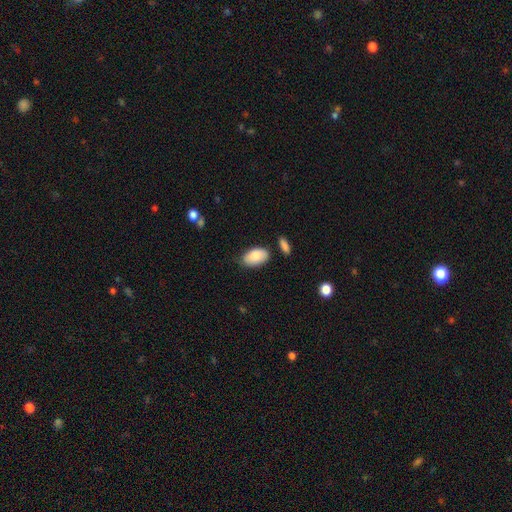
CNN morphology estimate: smooth_or_featured: smooth (p=0.86) [alt: featured or disk p=0.08]
how_rounded: in between (p=0.94) [alt: round p=0.04]
merging: none (p=0.68) [alt: minor disturbance p=0.23]